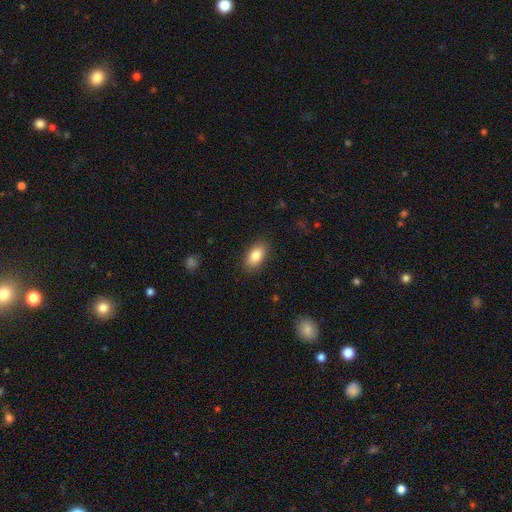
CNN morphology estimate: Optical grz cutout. It shows a smooth galaxy with no disk features (84%) that is in between round and cigar-shaped (91%). Merging: none (87%).